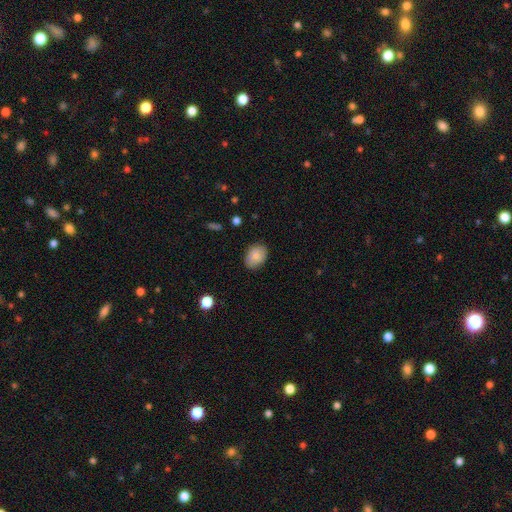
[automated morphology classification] smooth 85%, featured or disk 8%, star or artifact 7%. Down the decision tree: how rounded — in between (74%); merging — none (82%).